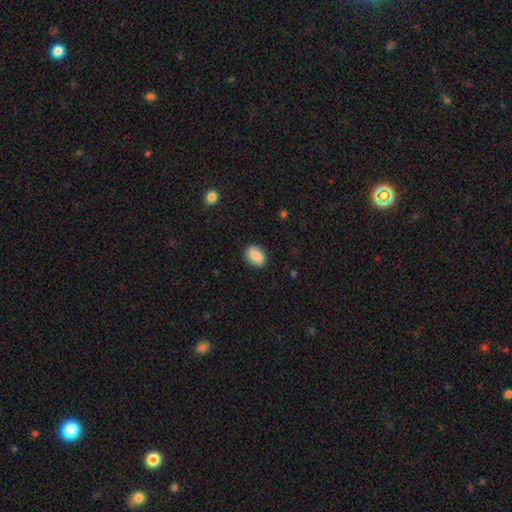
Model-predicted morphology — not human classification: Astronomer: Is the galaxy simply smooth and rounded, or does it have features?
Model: smooth — 83%.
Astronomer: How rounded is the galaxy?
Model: in between — 77%.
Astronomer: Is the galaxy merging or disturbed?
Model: none — 83%.